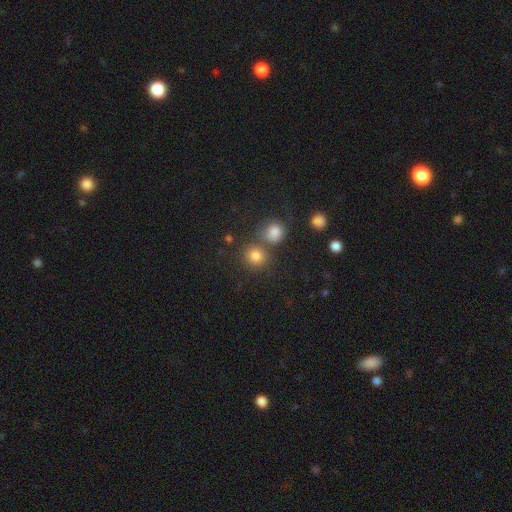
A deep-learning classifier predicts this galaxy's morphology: type=smooth (80%); roundness=round (87%); merging=none (64%).